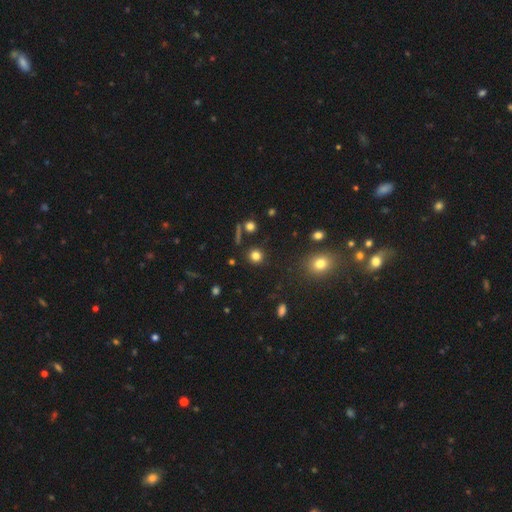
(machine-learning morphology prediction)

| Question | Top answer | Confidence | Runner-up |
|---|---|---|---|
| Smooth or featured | smooth | 79% | star or artifact (15%) |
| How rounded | round | 89% | in between (9%) |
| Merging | none | 87% | minor disturbance (7%) |